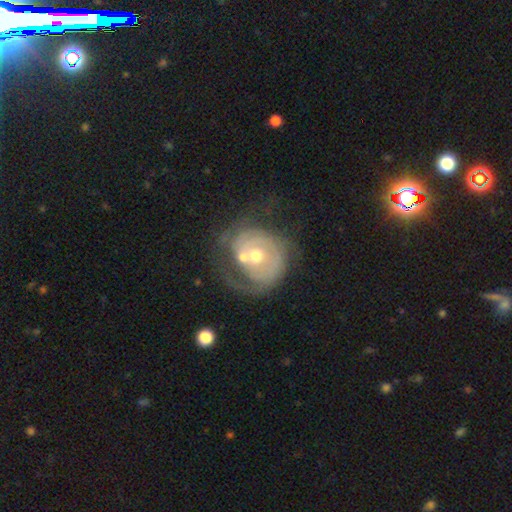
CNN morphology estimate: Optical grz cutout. It shows a featured or disk galaxy (75%) with no bar (80%), 2 (33%) tight (59%) spiral arms (75%) and a moderate central bulge (63%). Merging: none (37%).